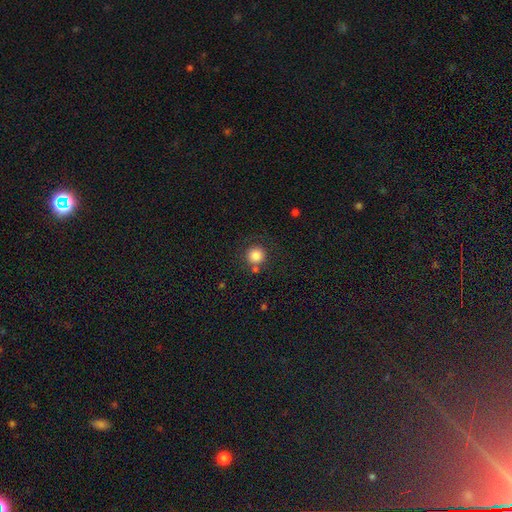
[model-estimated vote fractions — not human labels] Smooth or featured?
  - smooth: 83% *
  - star or artifact: 11%
  - featured or disk: 6%
How rounded?
  - round: 94% *
  - in between: 5%
  - cigar-shaped: 1%
Merging?
  - none: 78% *
  - merger: 10%
  - minor disturbance: 9%
  - major disturbance: 3%